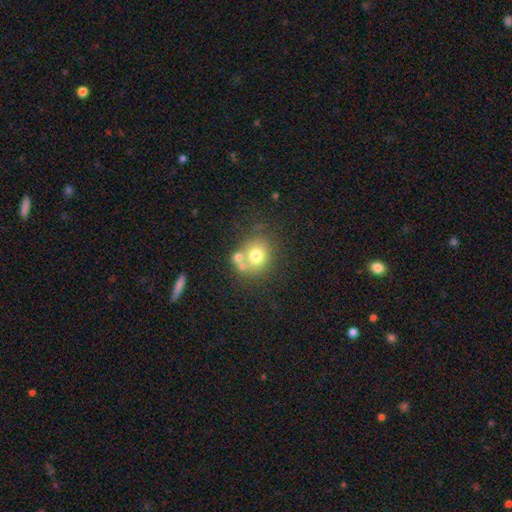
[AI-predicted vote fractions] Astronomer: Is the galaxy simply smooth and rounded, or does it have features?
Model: smooth — 69%.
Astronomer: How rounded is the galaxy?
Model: round — 78%.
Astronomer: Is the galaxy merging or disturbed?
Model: none — 53% (runner-up: merger, 30%).